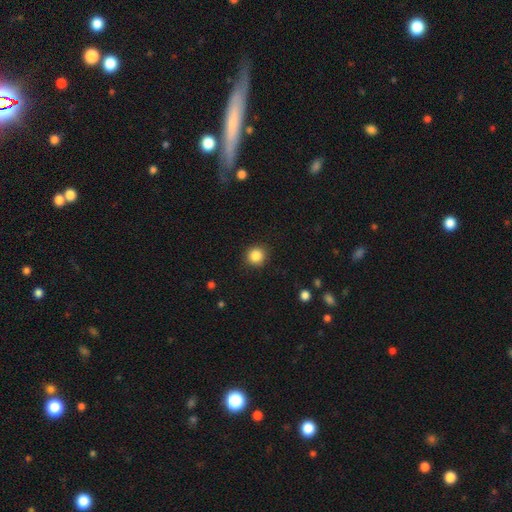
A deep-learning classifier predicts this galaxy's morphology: Q: Smooth or featured?
A: smooth (86%); runner-up: star or artifact (10%)
Q: How rounded?
A: round (92%); runner-up: in between (8%)
Q: Merging?
A: none (90%); runner-up: minor disturbance (7%)